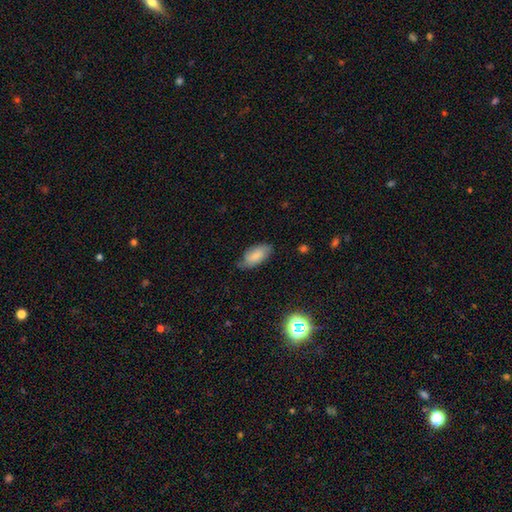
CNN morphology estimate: This appears to be a smooth galaxy with no disk features (77%) that is in between round and cigar-shaped (91%). Merging: none (67%).